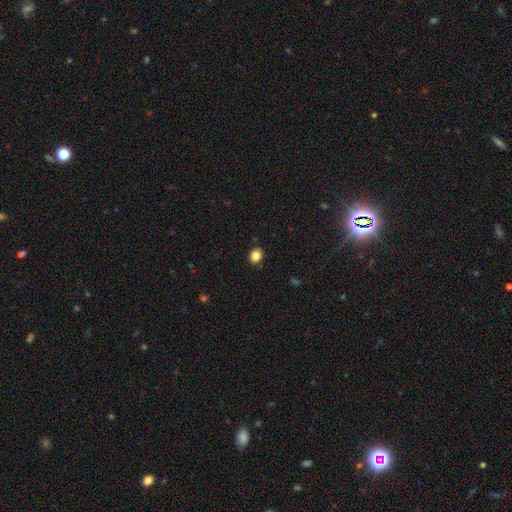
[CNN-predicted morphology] A smooth galaxy with no disk features (85%) that is round (54%).

Vote fractions:
- Smooth or featured? smooth: 85% / star or artifact: 10% / featured or disk: 5%
- How rounded? round: 54% / in between: 45% / cigar-shaped: 1%
- Merging? none: 89% / minor disturbance: 8% / major disturbance: 2% / merger: 1%